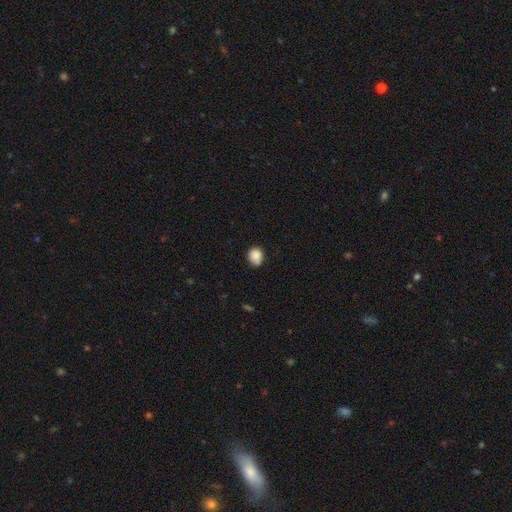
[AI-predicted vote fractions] Morphology: type=smooth (86%); roundness=round (67%); merging=none (62%).